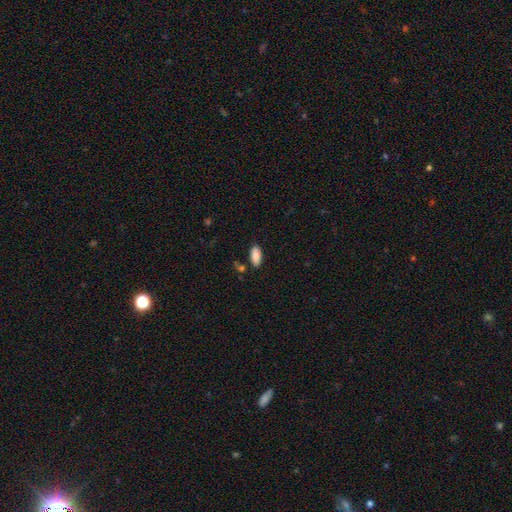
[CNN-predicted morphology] Overall: smooth (89%). How rounded: in between (87%). Merging: none (80%).